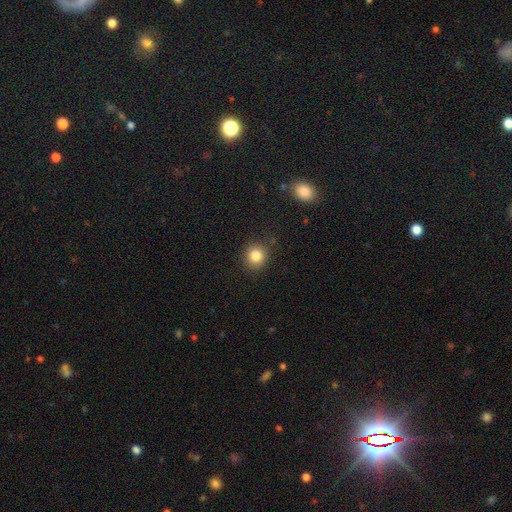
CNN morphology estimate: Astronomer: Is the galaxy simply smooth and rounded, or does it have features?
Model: smooth — 84%.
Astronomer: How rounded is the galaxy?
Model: round — 88%.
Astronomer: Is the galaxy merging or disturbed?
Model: none — 88%.